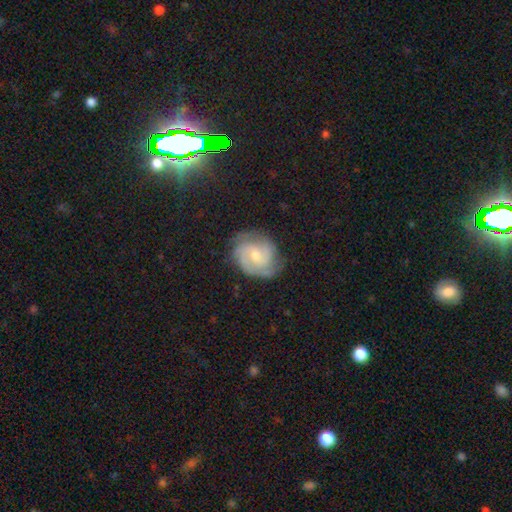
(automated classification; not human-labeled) A featured or disk galaxy (84%) with no bar (59%), 2 (46%) tight (60%) spiral arms (97%) and a moderate central bulge (52%). Merging: none (75%).